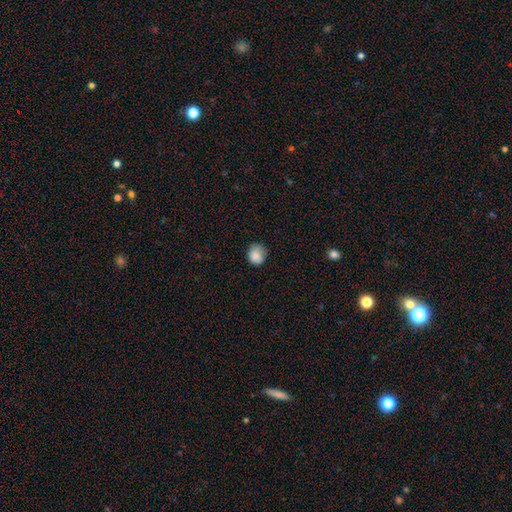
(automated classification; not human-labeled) Morphology: type=smooth (85%); roundness=round (72%); merging=none (69%).